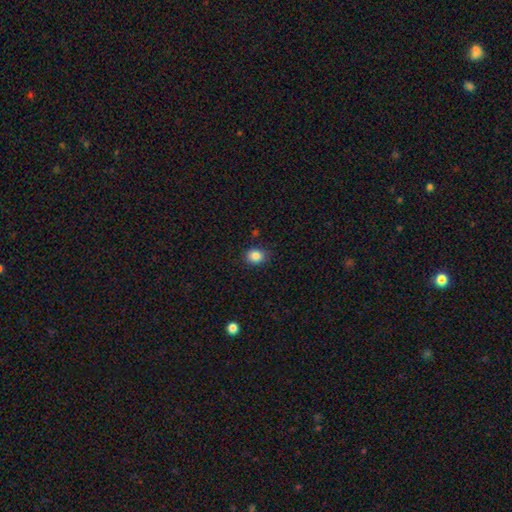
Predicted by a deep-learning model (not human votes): Smooth or featured? Predicted: smooth (p=0.86). How rounded? Predicted: round (p=0.56). Merging? Predicted: none (p=0.85).